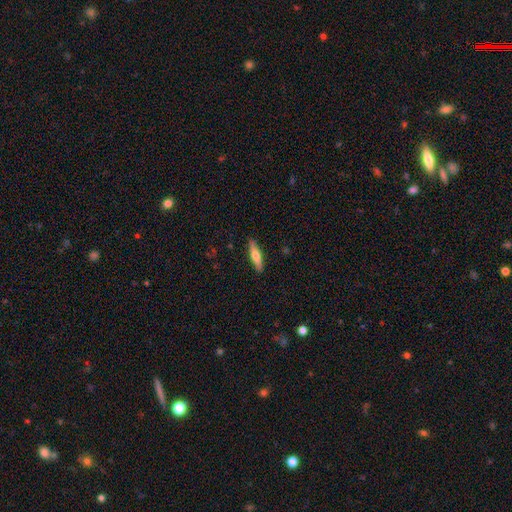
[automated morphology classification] Q: Smooth or featured?
A: smooth (57%); runner-up: featured or disk (37%)
Q: How rounded?
A: cigar-shaped (77%); runner-up: in between (21%)
Q: Merging?
A: none (90%); runner-up: minor disturbance (8%)